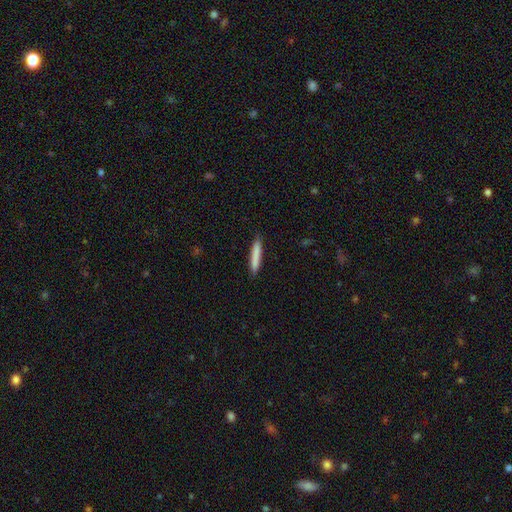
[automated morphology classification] This appears to be a smooth galaxy with no disk features (82%) that is cigar-shaped (94%). Merging: none (90%).